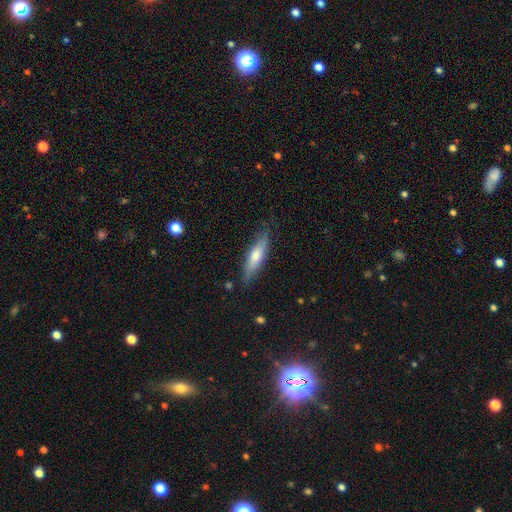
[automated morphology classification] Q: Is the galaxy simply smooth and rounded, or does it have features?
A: smooth — 55%.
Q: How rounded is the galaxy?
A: cigar-shaped — 71%.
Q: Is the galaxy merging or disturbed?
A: none — 79%.